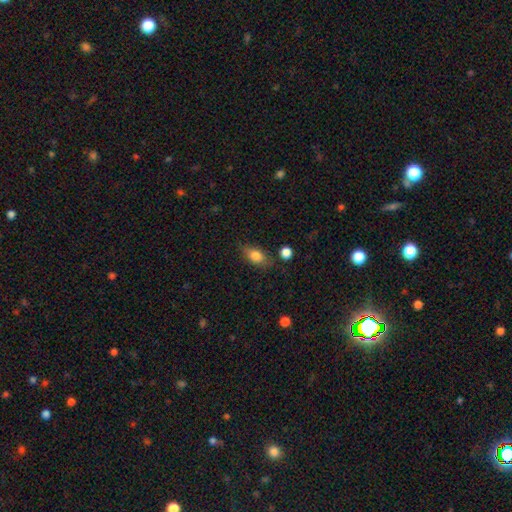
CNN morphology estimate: Smooth or featured? smooth (80%)
How rounded? in between (82%)
Merging? none (73%)